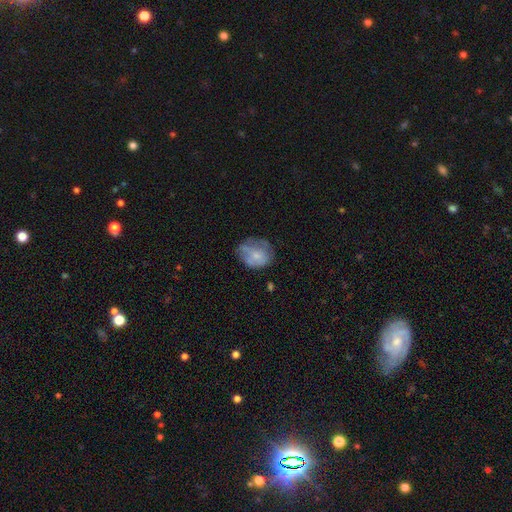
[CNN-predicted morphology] A smooth galaxy with no disk features (59%) that is round (62%).

Vote fractions:
- Smooth or featured? smooth: 59% / featured or disk: 32% / star or artifact: 9%
- How rounded? round: 62% / in between: 37% / cigar-shaped: 1%
- Merging? none: 49% / minor disturbance: 30% / major disturbance: 18% / merger: 3%